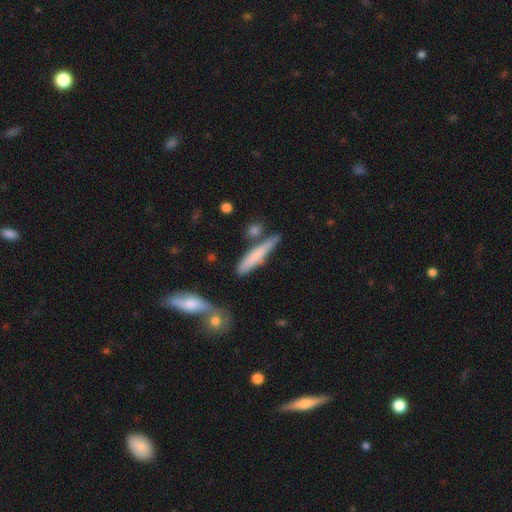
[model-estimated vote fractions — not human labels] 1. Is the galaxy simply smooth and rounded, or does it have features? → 67% smooth, 26% featured or disk, 6% star or artifact.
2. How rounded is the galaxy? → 89% cigar-shaped, 9% in between, 2% round.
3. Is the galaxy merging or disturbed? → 66% none, 17% minor disturbance, 12% merger, 5% major disturbance.